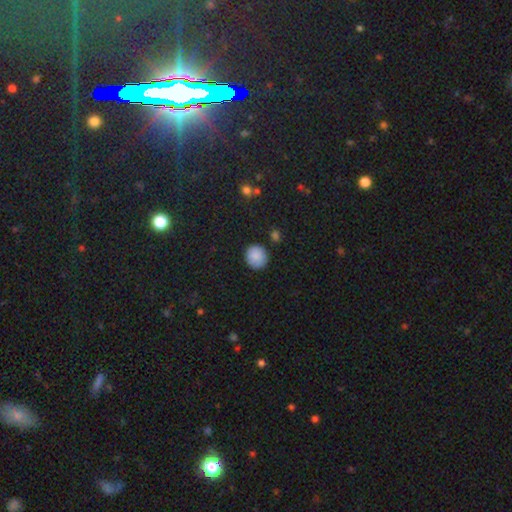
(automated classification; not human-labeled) The model was most divided on "merging": none: 85%, minor disturbance: 11%, major disturbance: 2%, merger: 2%. More confident: how rounded — round (88%); smooth or featured — smooth (86%).